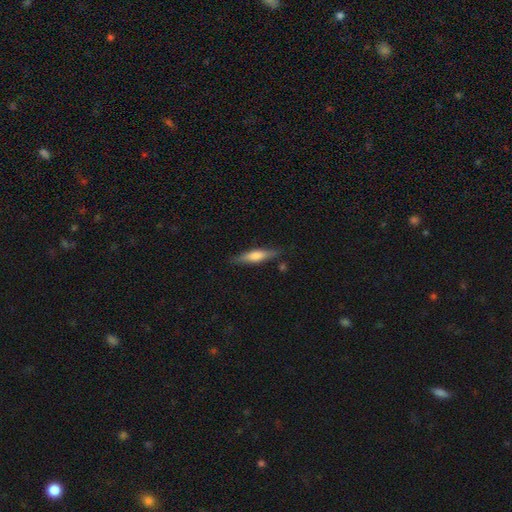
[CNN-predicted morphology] Q: Smooth or featured?
A: smooth (57%); runner-up: featured or disk (37%)
Q: How rounded?
A: cigar-shaped (75%); runner-up: in between (23%)
Q: Merging?
A: none (83%); runner-up: minor disturbance (13%)